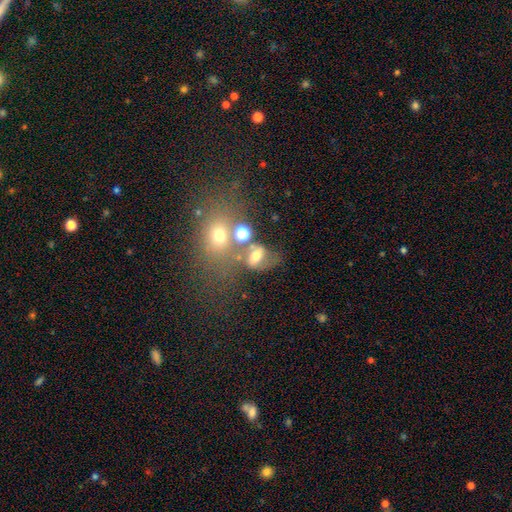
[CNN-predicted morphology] A smooth galaxy with no disk features (49%).

Vote fractions:
- Smooth or featured? smooth: 49% / featured or disk: 32% / star or artifact: 19%
- Merging? none: 43% / merger: 24% / minor disturbance: 18% / major disturbance: 16%